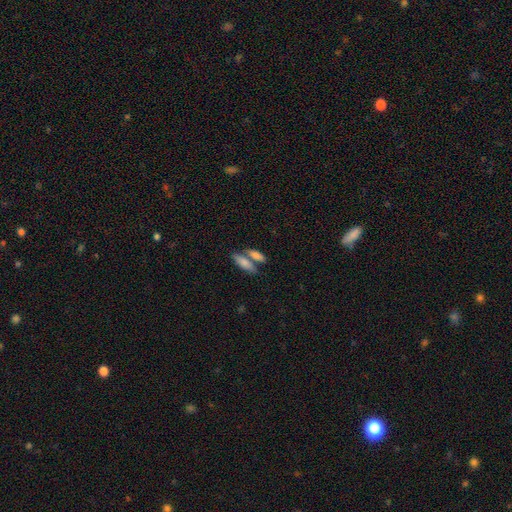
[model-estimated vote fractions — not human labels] Smooth or featured? Predicted: smooth (p=0.78). How rounded? Predicted: in between (p=0.65). Merging? Predicted: merger (p=0.47).